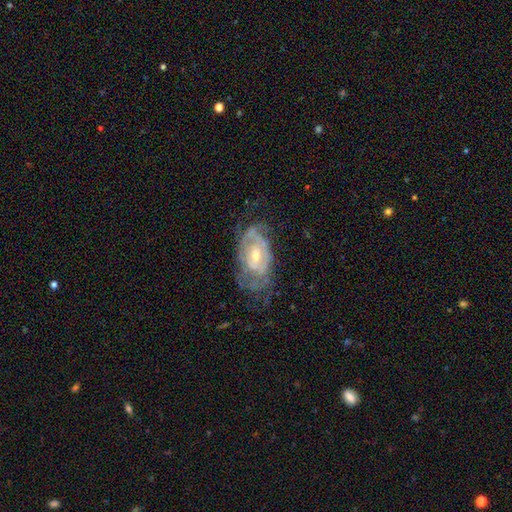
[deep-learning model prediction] Smooth or featured?
  - featured or disk: 81% *
  - smooth: 12%
  - star or artifact: 6%
Edge-on disk?
  - no: 95% *
  - yes: 5%
Bar?
  - no: 49% *
  - weak: 39%
  - strong: 11%
Spiral arms?
  - yes: 81% *
  - no: 19%
Spiral winding?
  - tight: 62% *
  - medium: 28%
  - loose: 10%
Spiral arm count?
  - can't tell: 47% *
  - 2: 33%
  - 3: 8%
  - 1: 5%
  - 4: 4%
  - more than 4: 3%
Bulge size?
  - moderate: 49% *
  - small: 46%
  - large: 2%
  - none: 1%
  - dominant: 1%
Merging?
  - none: 54% *
  - minor disturbance: 26%
  - major disturbance: 18%
  - merger: 2%